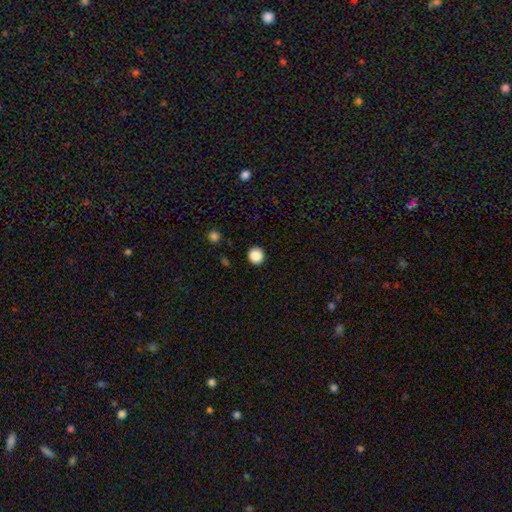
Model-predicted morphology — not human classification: This appears to be a smooth galaxy with no disk features (88%) that is round (94%). Merging: none (93%).